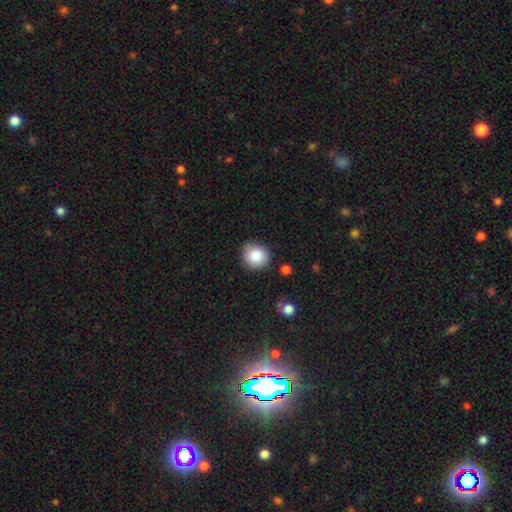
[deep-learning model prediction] smooth-or-featured: smooth: 84% | star or artifact: 9% | featured or disk: 7%
  how-rounded: round: 82% | in between: 17% | cigar-shaped: 1%
  merging: none: 82% | minor disturbance: 13% | major disturbance: 3% | merger: 2%